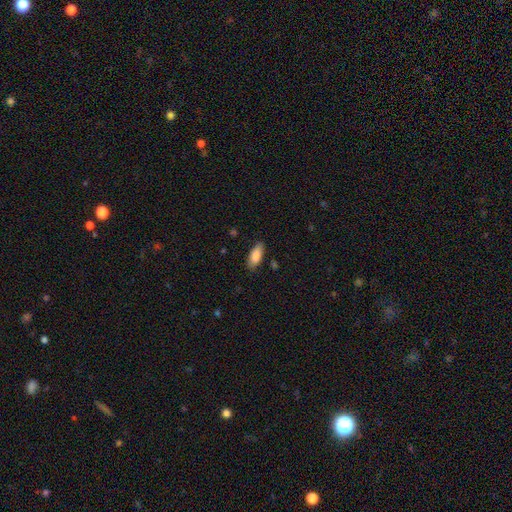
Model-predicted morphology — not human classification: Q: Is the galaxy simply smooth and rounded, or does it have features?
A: smooth — 86%.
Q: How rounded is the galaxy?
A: in between — 80%.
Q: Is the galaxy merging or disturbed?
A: none — 81%.